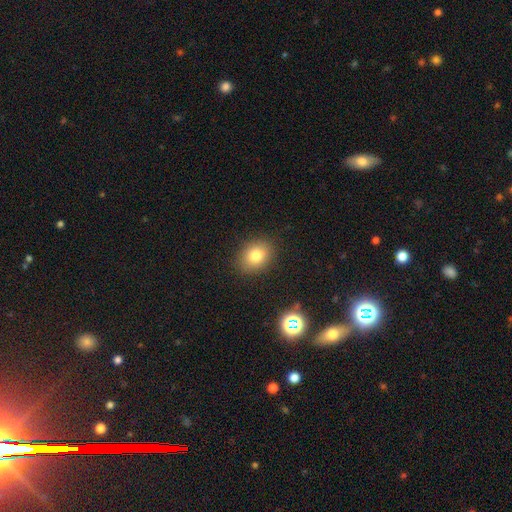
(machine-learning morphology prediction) Smooth or featured?
  - smooth: 79% *
  - star or artifact: 12%
  - featured or disk: 10%
How rounded?
  - in between: 57% *
  - round: 42%
  - cigar-shaped: 1%
Merging?
  - none: 87% *
  - minor disturbance: 9%
  - major disturbance: 3%
  - merger: 1%